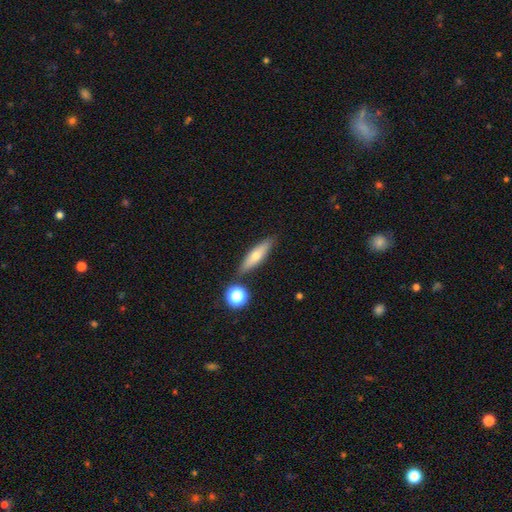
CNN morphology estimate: This appears to be a smooth galaxy with no disk features (59%) that is cigar-shaped (67%). Merging: none (82%).